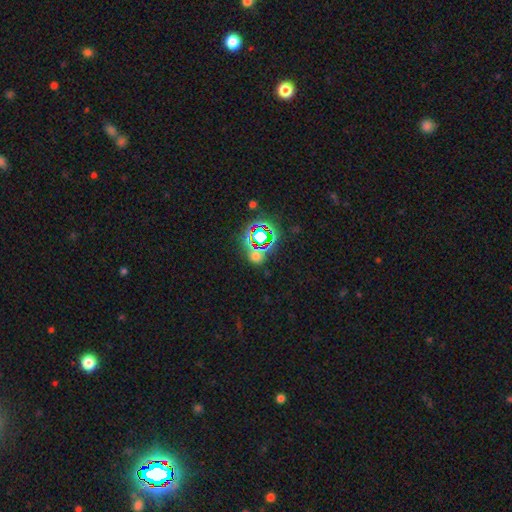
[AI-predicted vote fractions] A star or artifact, not a galaxy (51%).